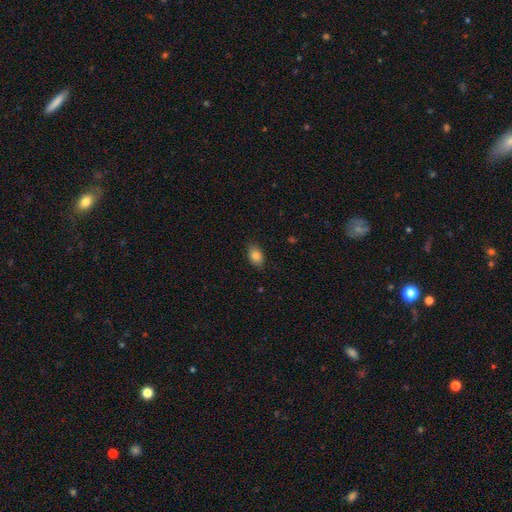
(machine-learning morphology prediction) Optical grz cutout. It shows a smooth galaxy with no disk features (84%) that is in between round and cigar-shaped (84%). Merging: none (82%).